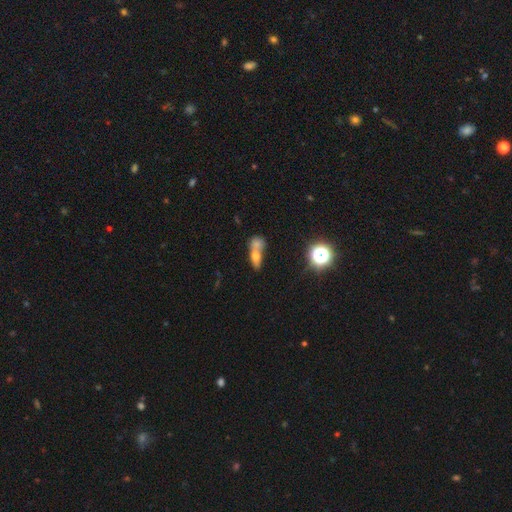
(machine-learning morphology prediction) Smooth or featured: smooth — 63% (featured or disk — 23%)
How rounded: in between — 60% (round — 23%)
Merging: merger — 65% (none — 23%)